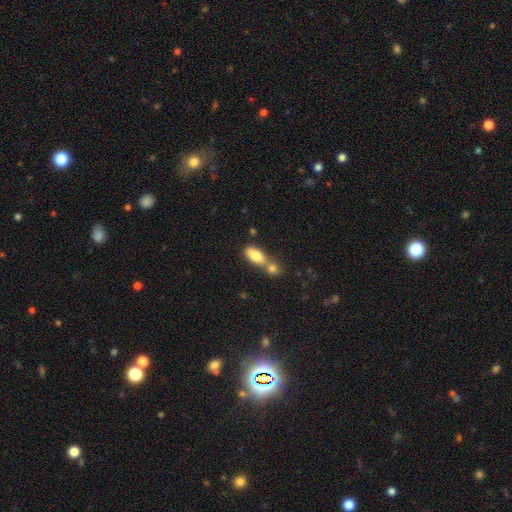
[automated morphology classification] A smooth galaxy with no disk features (82%) that is in between round and cigar-shaped (84%). Merging: merger (58%).